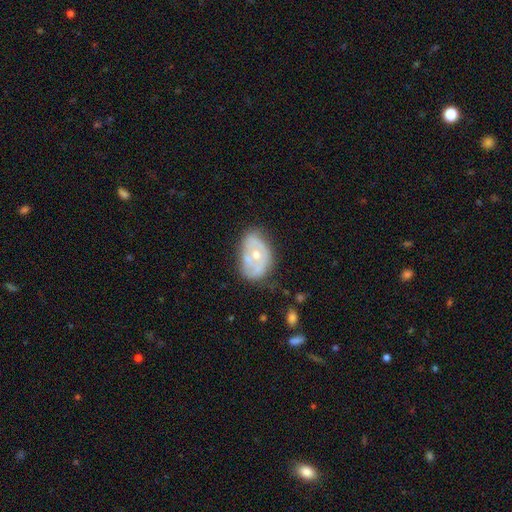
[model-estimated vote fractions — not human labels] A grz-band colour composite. It shows a featured or disk galaxy (60%) with no bar (85%), no spiral arms (58%) and a moderate central bulge (58%). Merging: none (46%).